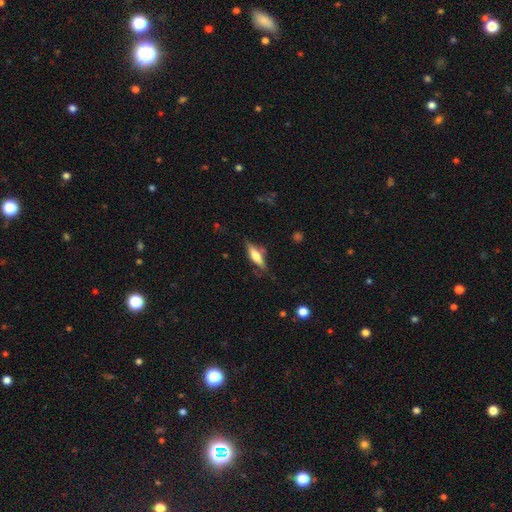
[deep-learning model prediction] Q: Smooth or featured?
A: featured or disk (47%); runner-up: smooth (46%)
Q: Merging?
A: none (75%); runner-up: minor disturbance (17%)